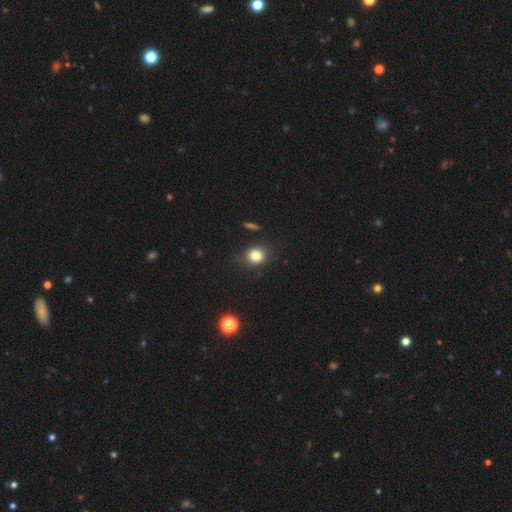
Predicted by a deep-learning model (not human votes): Smooth or featured? smooth (81%)
How rounded? round (73%)
Merging? none (85%)